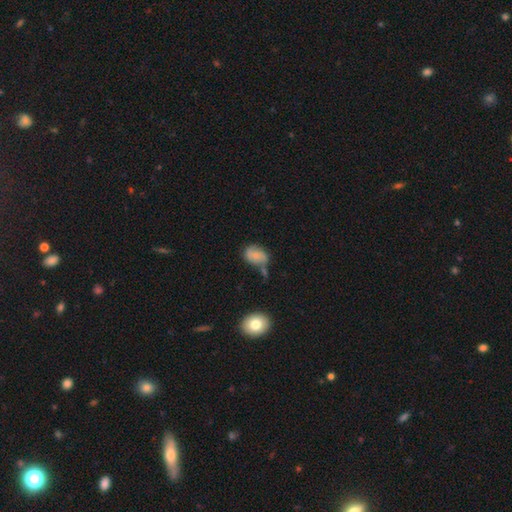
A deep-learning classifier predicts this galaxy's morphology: smooth_or_featured: smooth (p=0.60) [alt: featured or disk p=0.30]
how_rounded: in between (p=0.75) [alt: round p=0.24]
merging: none (p=0.41) [alt: minor disturbance p=0.29]